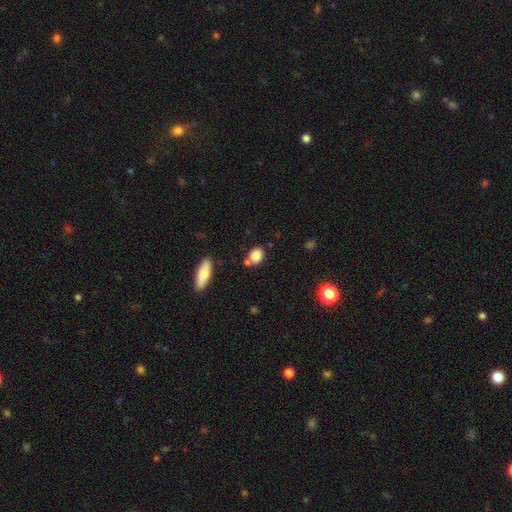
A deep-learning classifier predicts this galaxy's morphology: Smooth or featured: smooth — 83% (star or artifact — 9%)
How rounded: round — 52% (in between — 45%)
Merging: none — 67% (merger — 15%)